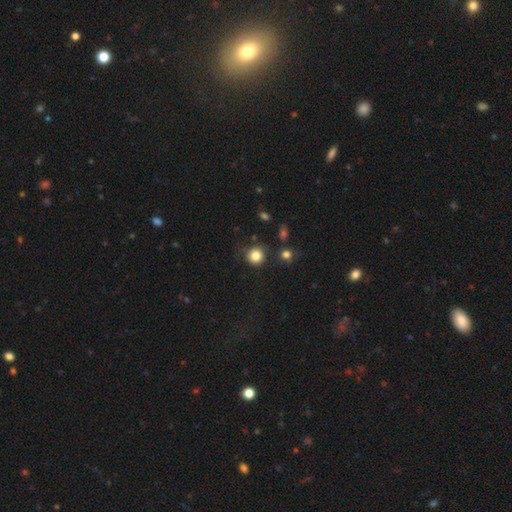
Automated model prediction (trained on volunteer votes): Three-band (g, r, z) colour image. It shows a smooth galaxy with no disk features (84%) that is round (92%). Merging: none (79%).